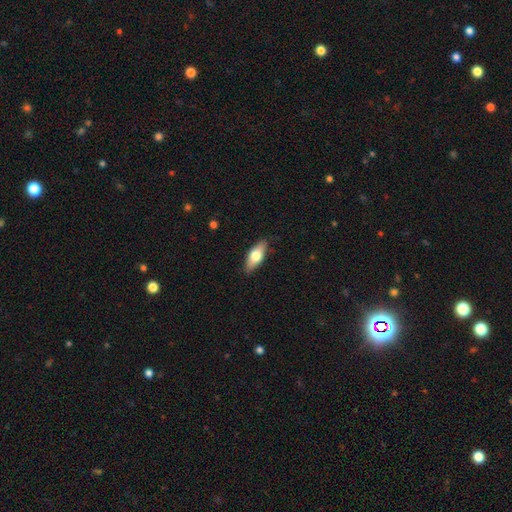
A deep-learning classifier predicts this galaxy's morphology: smooth 67%, featured or disk 27%, star or artifact 6%. Down the decision tree: how rounded — in between (77%); merging — none (86%).